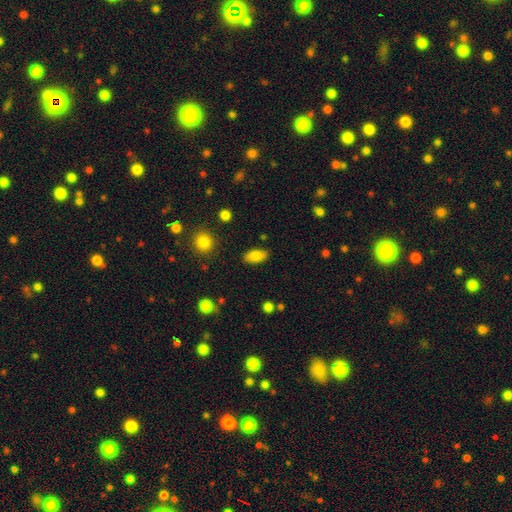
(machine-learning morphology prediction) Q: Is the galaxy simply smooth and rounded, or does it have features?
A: smooth — 84%.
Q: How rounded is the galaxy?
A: in between — 91%.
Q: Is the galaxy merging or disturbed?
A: none — 86%.